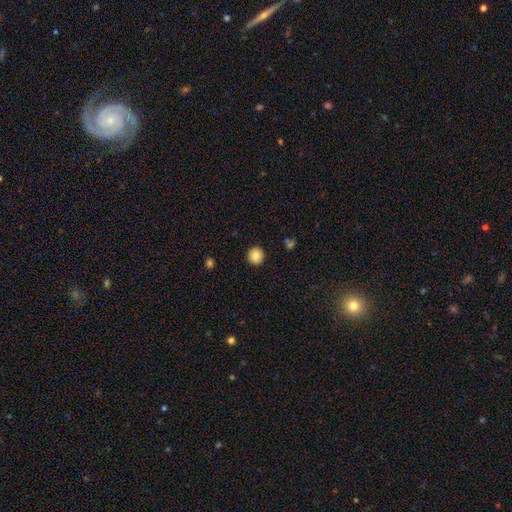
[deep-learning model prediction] A smooth galaxy with no disk features (83%) that is round (95%).

Vote fractions:
- Smooth or featured? smooth: 83% / star or artifact: 9% / featured or disk: 8%
- How rounded? round: 95% / in between: 4% / cigar-shaped: 1%
- Merging? none: 93% / minor disturbance: 5% / major disturbance: 2% / merger: 1%